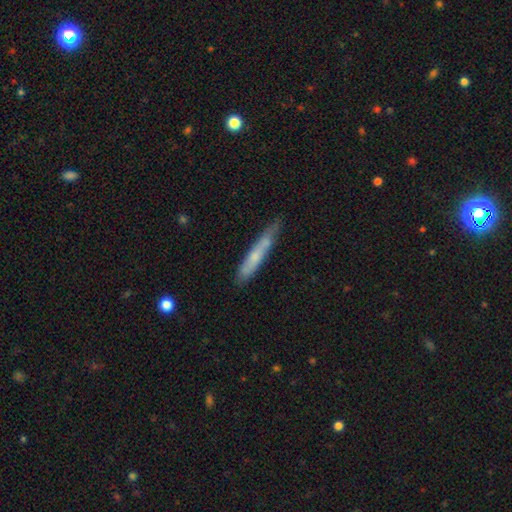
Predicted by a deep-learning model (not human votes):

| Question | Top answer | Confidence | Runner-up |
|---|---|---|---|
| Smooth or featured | smooth | 58% | featured or disk (35%) |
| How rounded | cigar-shaped | 94% | in between (5%) |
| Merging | none | 70% | minor disturbance (23%) |